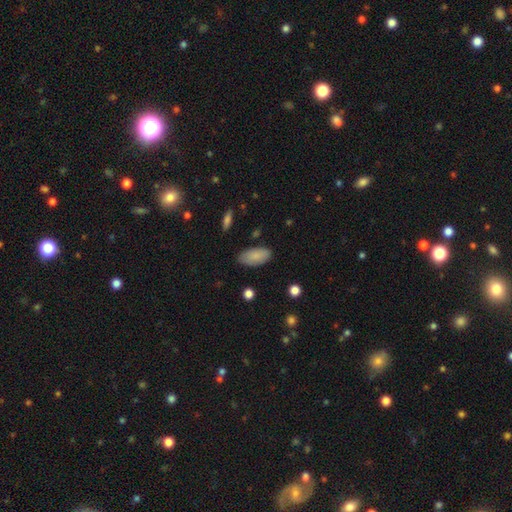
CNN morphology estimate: This is clearly a smooth galaxy (85%). How rounded: clearly in between (92%). Merging: clearly none (82%).